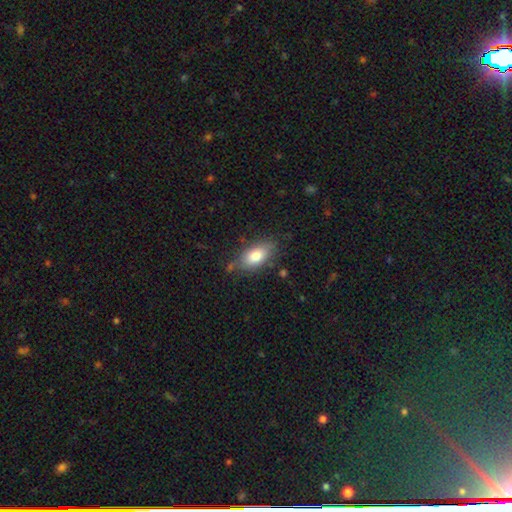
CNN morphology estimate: This appears to be a smooth galaxy with no disk features (78%) that is in between round and cigar-shaped (89%). Merging: none (72%).